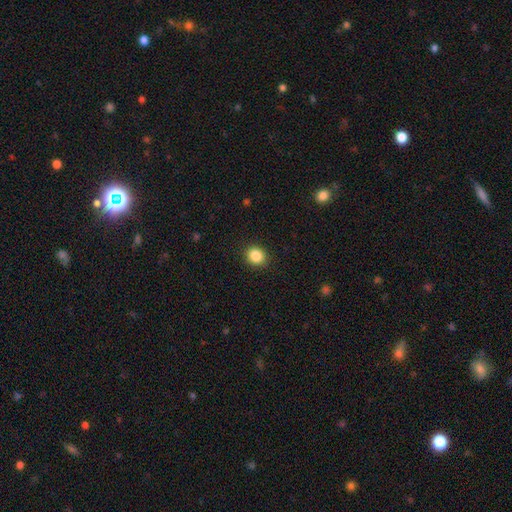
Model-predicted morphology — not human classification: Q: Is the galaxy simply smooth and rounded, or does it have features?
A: smooth — 87%.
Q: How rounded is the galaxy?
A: round — 71%.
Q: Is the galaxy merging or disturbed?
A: none — 91%.